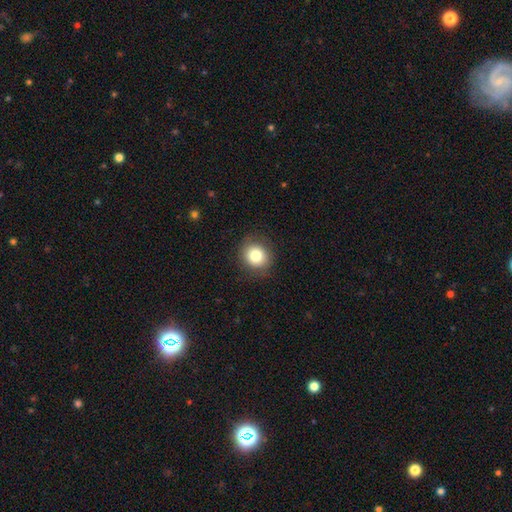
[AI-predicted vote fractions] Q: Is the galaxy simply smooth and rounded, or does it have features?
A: smooth — 81%.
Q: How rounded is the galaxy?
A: round — 83%.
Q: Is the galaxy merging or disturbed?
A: none — 88%.